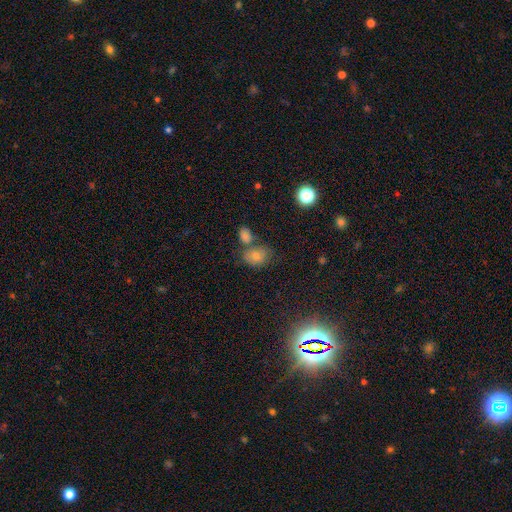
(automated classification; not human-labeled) Overall: smooth (65%). How rounded: in between (52%; round 47%). Merging: none (58%; merger 24%).